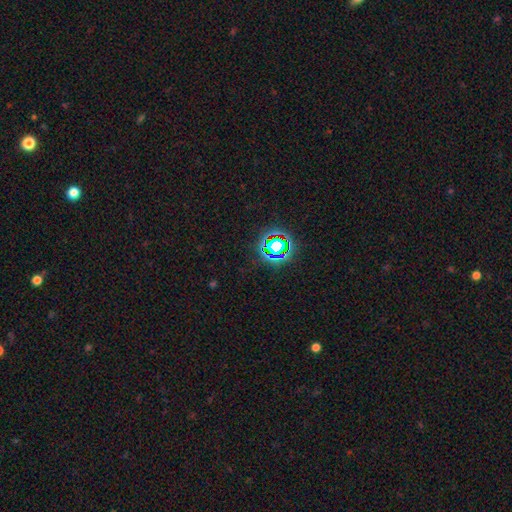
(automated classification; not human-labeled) Smooth or featured? Predicted: star or artifact (p=0.77).